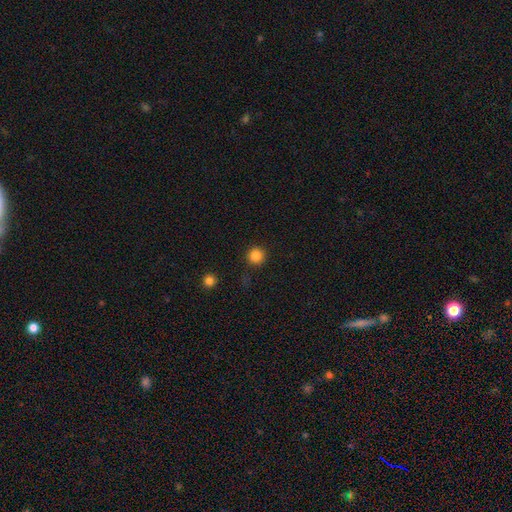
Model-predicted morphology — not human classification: A smooth galaxy with no disk features (85%) that is round (95%).

Vote fractions:
- Smooth or featured? smooth: 85% / star or artifact: 11% / featured or disk: 3%
- How rounded? round: 95% / in between: 4% / cigar-shaped: 1%
- Merging? none: 89% / minor disturbance: 6% / major disturbance: 3% / merger: 2%